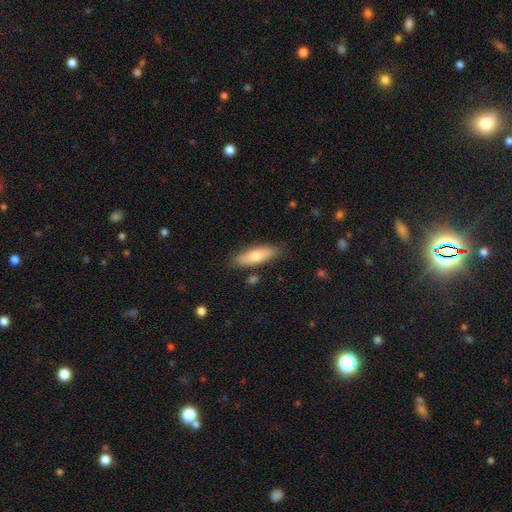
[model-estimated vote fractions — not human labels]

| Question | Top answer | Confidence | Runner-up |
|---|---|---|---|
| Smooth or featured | smooth | 69% | featured or disk (25%) |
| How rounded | in between | 49% | cigar-shaped (48%) |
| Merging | none | 83% | minor disturbance (12%) |